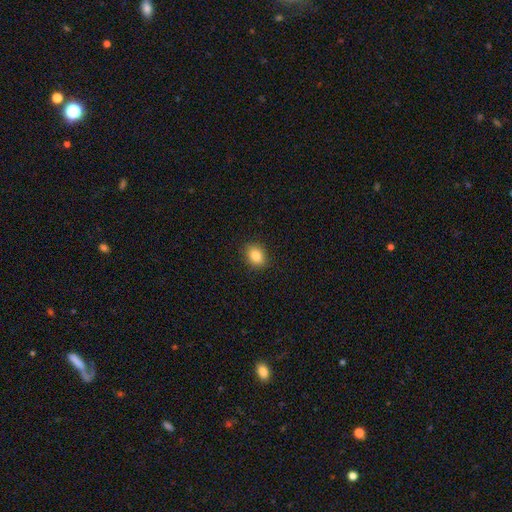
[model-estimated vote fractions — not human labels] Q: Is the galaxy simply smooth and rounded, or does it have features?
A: smooth — 85%.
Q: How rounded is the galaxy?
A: in between — 57%.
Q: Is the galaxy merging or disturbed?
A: none — 89%.